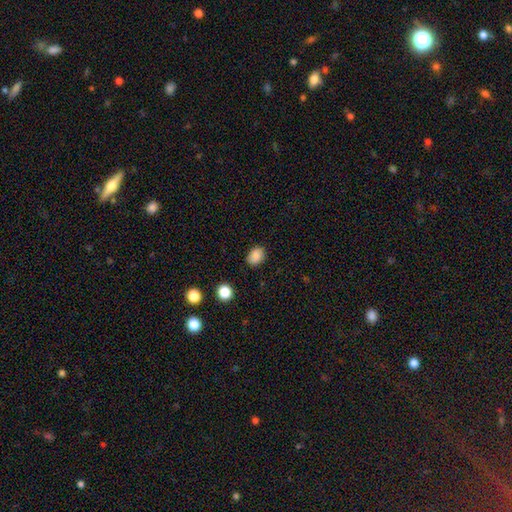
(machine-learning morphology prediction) Smooth or featured?
  - smooth: 86% *
  - star or artifact: 10%
  - featured or disk: 4%
How rounded?
  - in between: 69% *
  - round: 30%
  - cigar-shaped: 1%
Merging?
  - none: 84% *
  - minor disturbance: 12%
  - major disturbance: 3%
  - merger: 2%